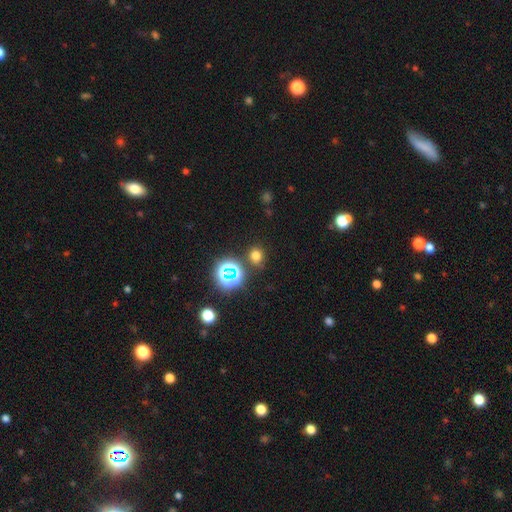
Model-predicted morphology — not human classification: A smooth galaxy with no disk features (67%) that is round (78%). Merging: none (83%).